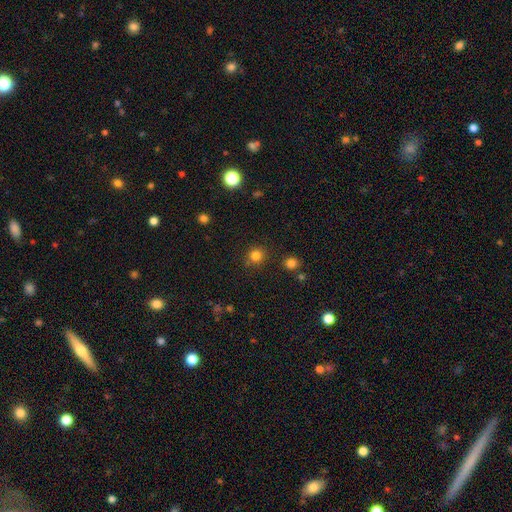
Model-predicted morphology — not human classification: Smooth or featured: smooth — 81% (star or artifact — 14%)
How rounded: round — 89% (in between — 10%)
Merging: none — 83% (minor disturbance — 9%)